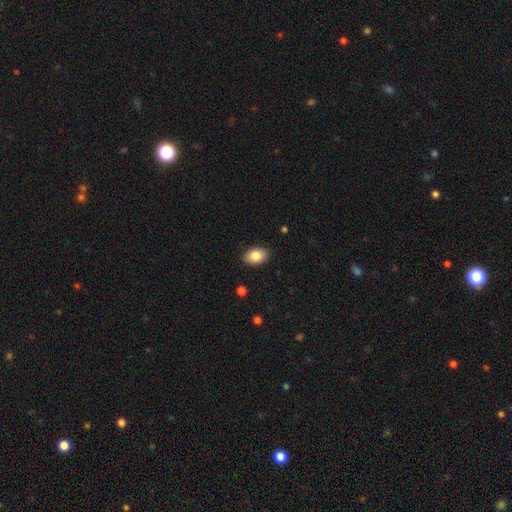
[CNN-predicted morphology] This is clearly a smooth galaxy (86%). How rounded: clearly in between (88%). Merging: clearly none (89%).